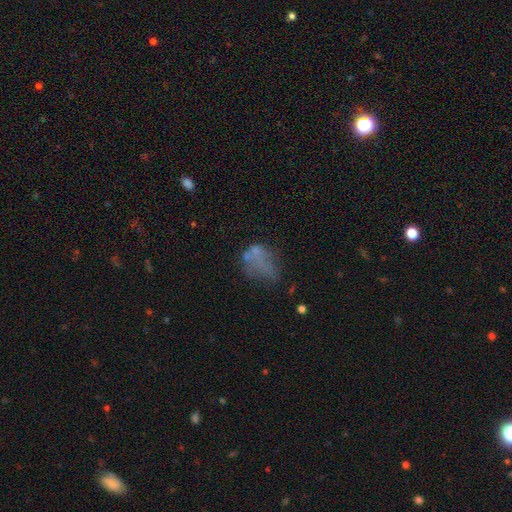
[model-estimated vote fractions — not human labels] Smooth or featured? Predicted: smooth (p=0.49). Merging? Predicted: none (p=0.33).